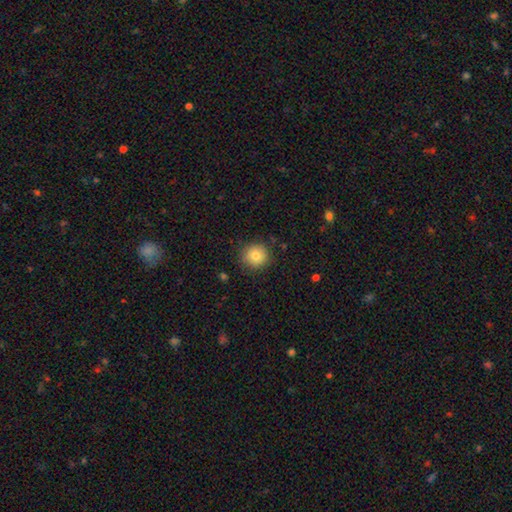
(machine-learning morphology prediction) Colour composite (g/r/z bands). It shows a smooth galaxy with no disk features (81%) that is round (92%). Merging: none (86%).